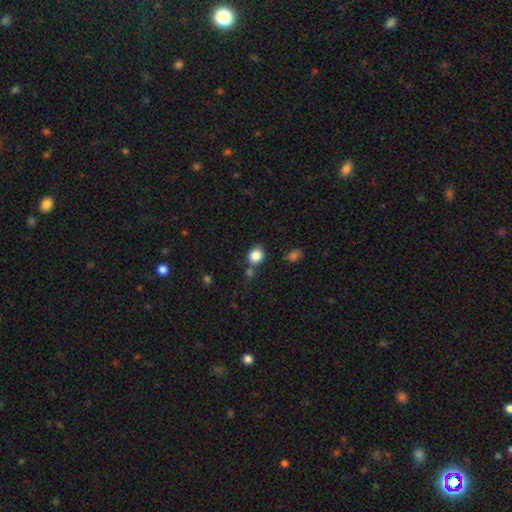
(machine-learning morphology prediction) Smooth or featured?
  - smooth: 85% *
  - star or artifact: 10%
  - featured or disk: 4%
How rounded?
  - round: 74% *
  - in between: 25%
  - cigar-shaped: 1%
Merging?
  - none: 73% *
  - minor disturbance: 12%
  - merger: 12%
  - major disturbance: 4%